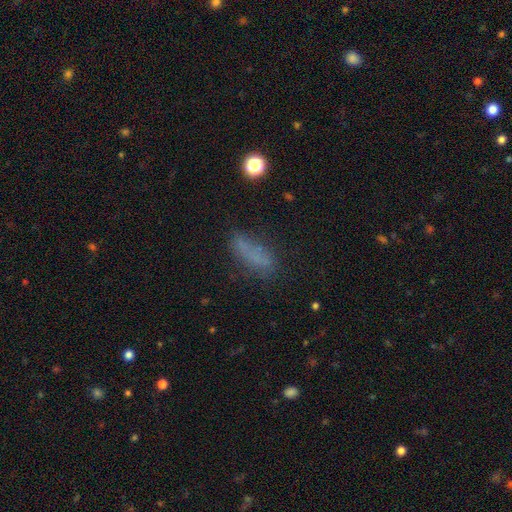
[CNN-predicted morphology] Smooth or featured?
  - smooth: 63% *
  - featured or disk: 20%
  - star or artifact: 17%
How rounded?
  - in between: 56% *
  - cigar-shaped: 40%
  - round: 4%
Merging?
  - none: 55% *
  - minor disturbance: 25%
  - major disturbance: 15%
  - merger: 5%